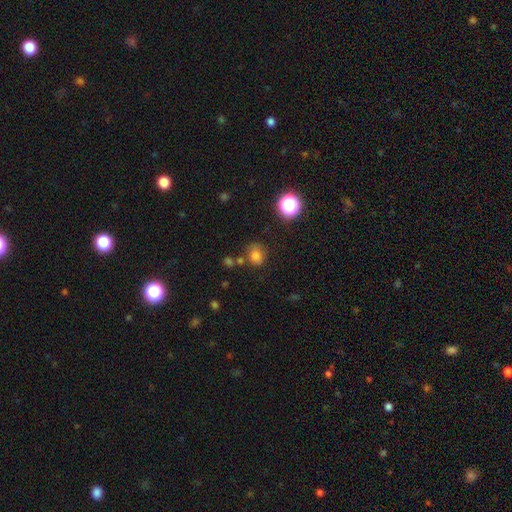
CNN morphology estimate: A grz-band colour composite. It shows a smooth galaxy with no disk features (77%) that is round (68%). Merging: none (67%).